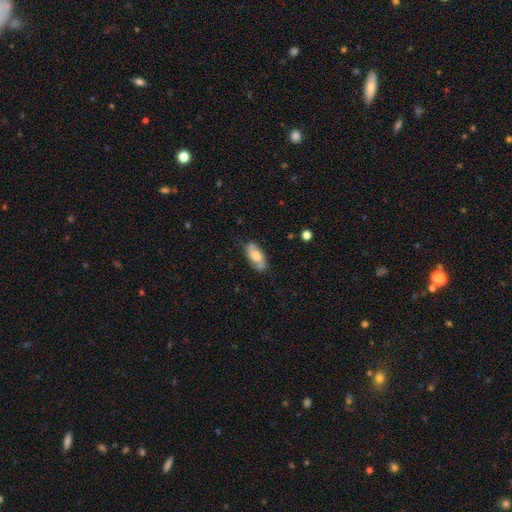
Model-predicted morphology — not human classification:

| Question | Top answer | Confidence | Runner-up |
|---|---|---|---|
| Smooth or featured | featured or disk | 54% | smooth (40%) |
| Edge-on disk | no | 89% | yes (11%) |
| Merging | none | 78% | minor disturbance (16%) |